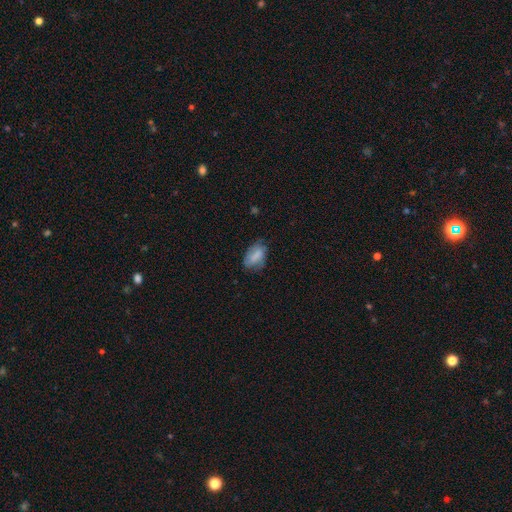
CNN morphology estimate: Smooth or featured?
  - smooth: 70% *
  - featured or disk: 21%
  - star or artifact: 8%
How rounded?
  - in between: 90% *
  - round: 7%
  - cigar-shaped: 3%
Merging?
  - none: 55% *
  - minor disturbance: 31%
  - major disturbance: 12%
  - merger: 2%